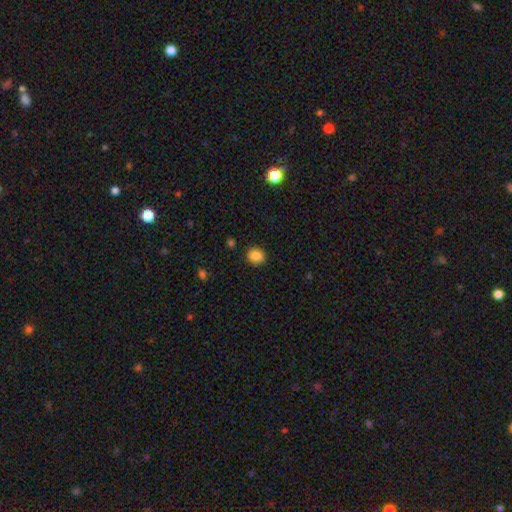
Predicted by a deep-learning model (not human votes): smooth_or_featured: smooth (p=0.86) [alt: star or artifact p=0.10]
how_rounded: round (p=0.72) [alt: in between p=0.27]
merging: none (p=0.89) [alt: minor disturbance p=0.07]